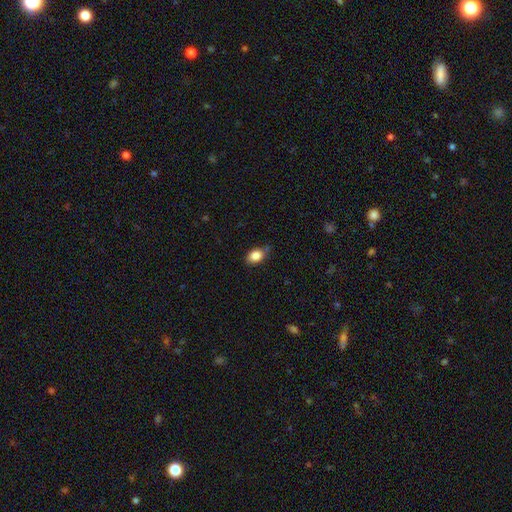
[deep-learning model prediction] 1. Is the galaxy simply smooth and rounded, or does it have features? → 86% smooth, 9% star or artifact, 6% featured or disk.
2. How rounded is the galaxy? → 79% in between, 20% round, 2% cigar-shaped.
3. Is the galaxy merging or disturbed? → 70% none, 24% minor disturbance, 4% major disturbance, 2% merger.